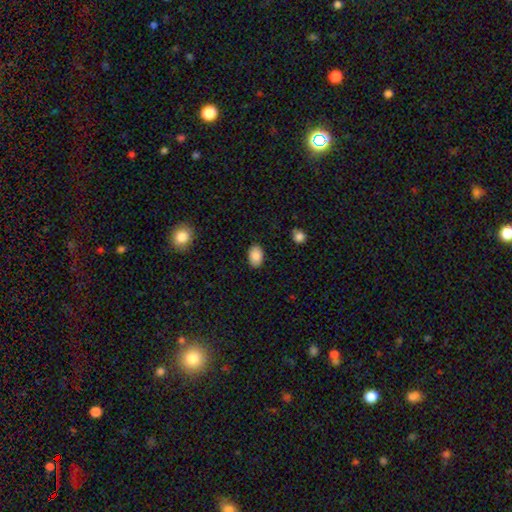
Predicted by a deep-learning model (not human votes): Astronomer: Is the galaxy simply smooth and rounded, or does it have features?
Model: smooth — 88%.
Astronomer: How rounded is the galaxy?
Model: in between — 86%.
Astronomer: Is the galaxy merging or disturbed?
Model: none — 87%.